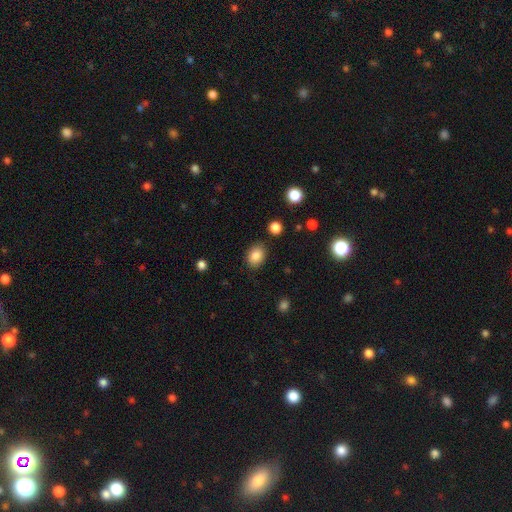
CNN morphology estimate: This is clearly a smooth galaxy (86%). How rounded: likely in between (65%). Merging: clearly none (85%).